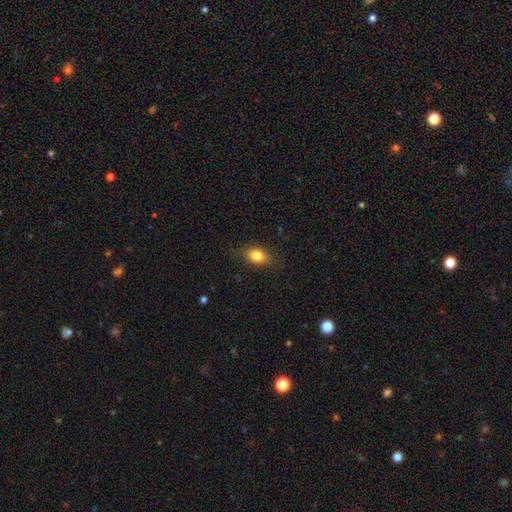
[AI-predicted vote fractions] This appears to be a smooth galaxy with no disk features (82%) that is in between round and cigar-shaped (78%). Merging: none (84%).